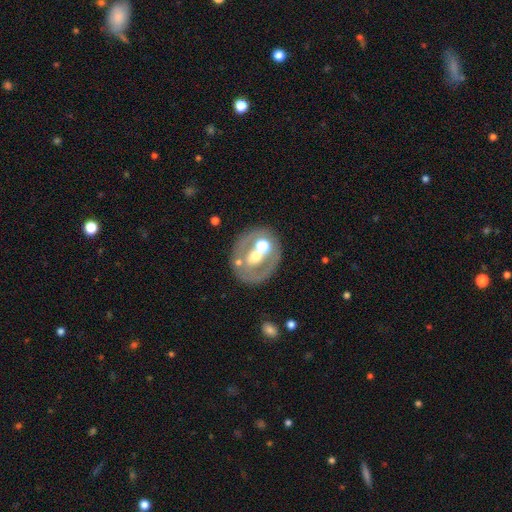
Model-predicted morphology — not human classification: The model was most divided on "smooth or featured": featured or disk: 57%, smooth: 33%, star or artifact: 10%. More confident: edge-on disk — no (94%); spiral arms — no (90%); bar — no (76%); bulge size — moderate (68%); merging — none (66%).